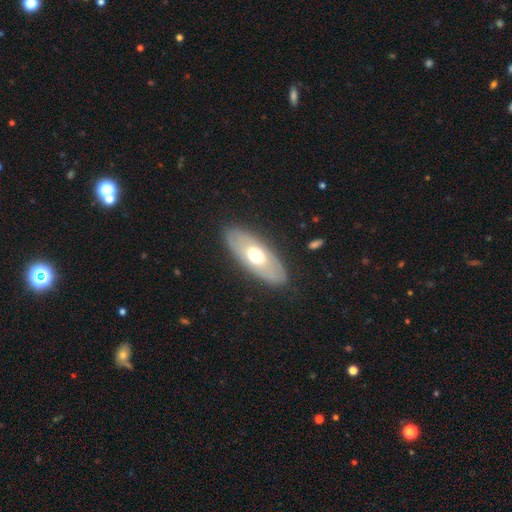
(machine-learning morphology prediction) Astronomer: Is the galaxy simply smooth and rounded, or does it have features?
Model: smooth — 49% (runner-up: featured or disk, 45%).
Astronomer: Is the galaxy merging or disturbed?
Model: none — 84%.